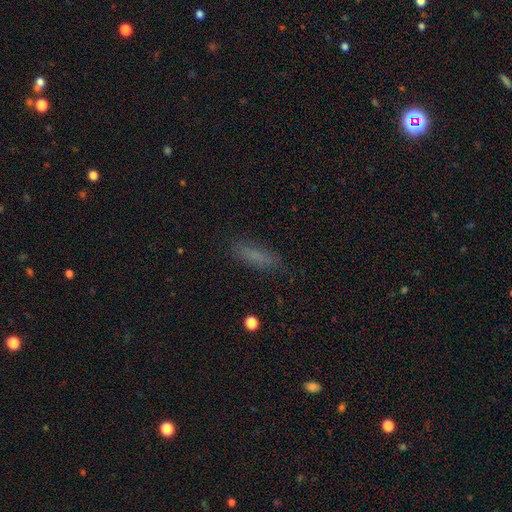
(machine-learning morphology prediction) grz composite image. It shows a smooth galaxy with no disk features (74%) that is cigar-shaped (60%). Merging: none (82%).